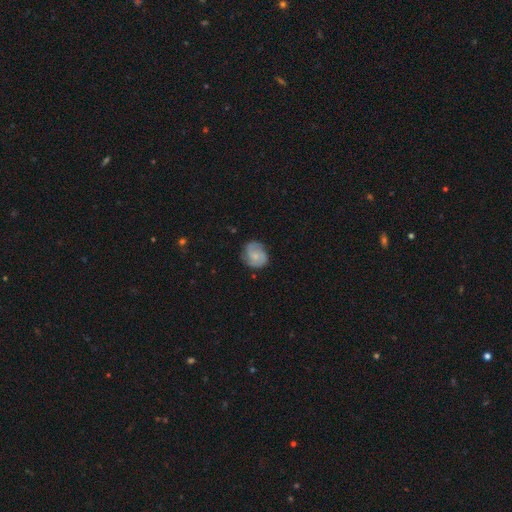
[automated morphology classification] smooth_or_featured: featured or disk (p=0.62) [alt: smooth p=0.31]
disk_edge_on: no (p=0.98) [alt: yes p=0.02]
bar: no (p=0.65) [alt: weak p=0.31]
has_spiral_arms: yes (p=0.92) [alt: no p=0.08]
spiral_winding: medium (p=0.44) [alt: tight p=0.41]
spiral_arm_count: 2 (p=0.67) [alt: can't tell p=0.13]
bulge_size: small (p=0.52) [alt: moderate p=0.29]
merging: none (p=0.75) [alt: minor disturbance p=0.18]